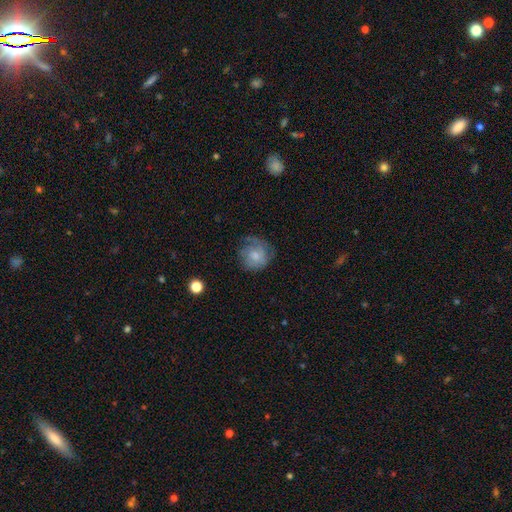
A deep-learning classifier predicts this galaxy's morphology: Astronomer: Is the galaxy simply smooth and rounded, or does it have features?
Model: smooth — 58% (runner-up: featured or disk, 33%).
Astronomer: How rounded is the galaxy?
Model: round — 85%.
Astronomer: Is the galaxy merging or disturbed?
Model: none — 58%.